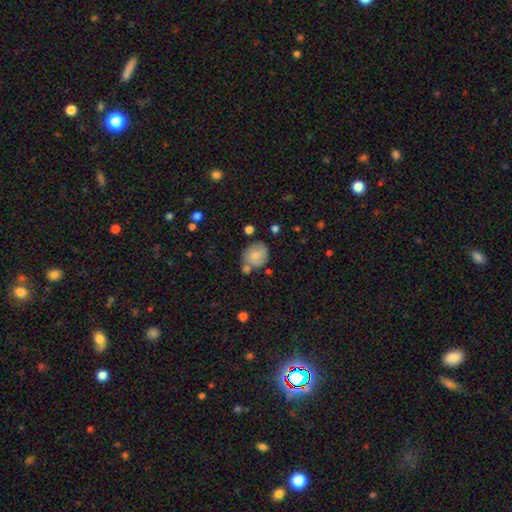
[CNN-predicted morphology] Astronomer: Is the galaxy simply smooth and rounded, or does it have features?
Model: smooth — 71%.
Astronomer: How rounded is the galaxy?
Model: round — 71%.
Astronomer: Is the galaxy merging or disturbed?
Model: none — 54%.